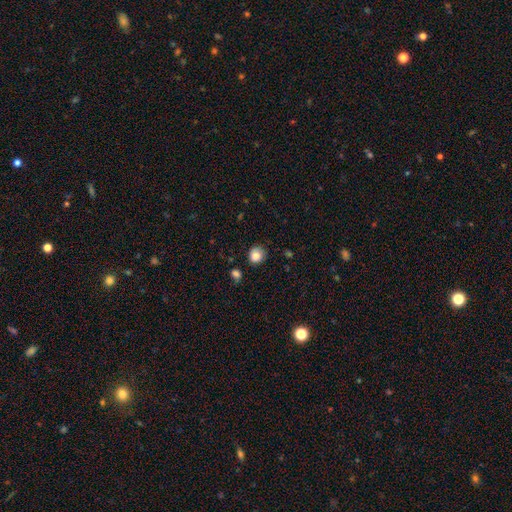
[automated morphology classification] A smooth galaxy with no disk features (85%) that is round (84%). Merging: none (80%).